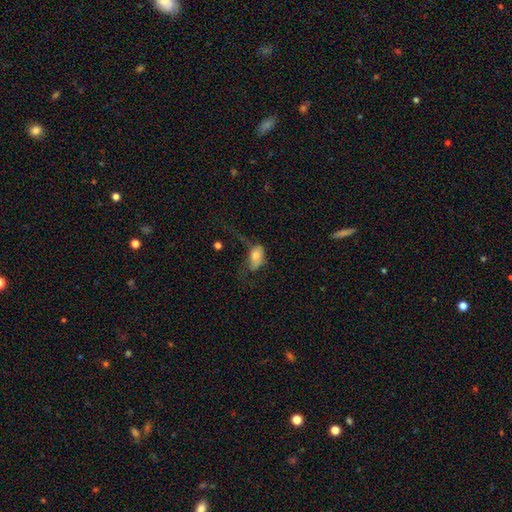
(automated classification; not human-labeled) Overall: smooth (72%). How rounded: in between (91%). Merging: major disturbance (43%; none 26%).